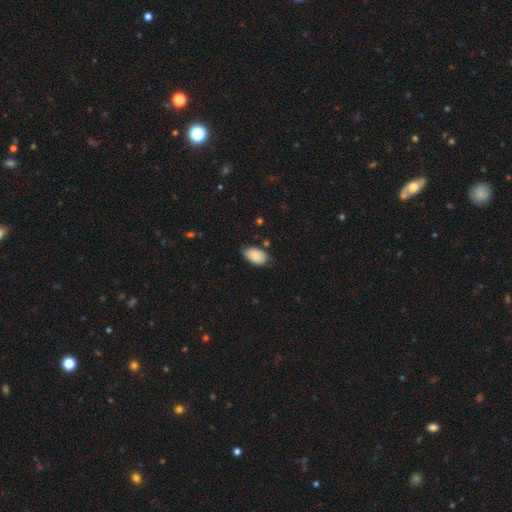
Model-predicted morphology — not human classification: The model was most divided on "merging": none: 70%, minor disturbance: 24%, major disturbance: 4%, merger: 3%. More confident: how rounded — in between (93%); smooth or featured — smooth (87%).